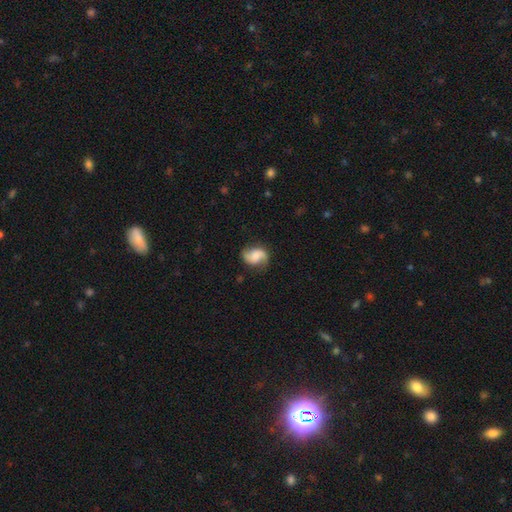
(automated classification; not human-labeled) This appears to be a featured or disk galaxy (62%) with no bar (60%), 2 (89%) loose (52%) spiral arms (94%) and a moderate central bulge (36%). Merging: none (74%).